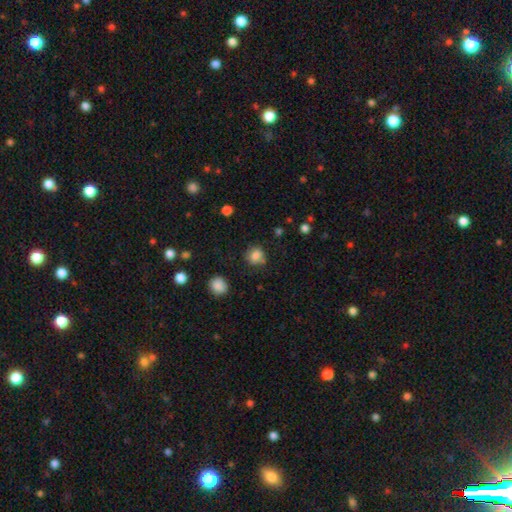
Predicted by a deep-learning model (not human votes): A smooth galaxy with no disk features (81%) that is round (76%). Merging: none (71%).